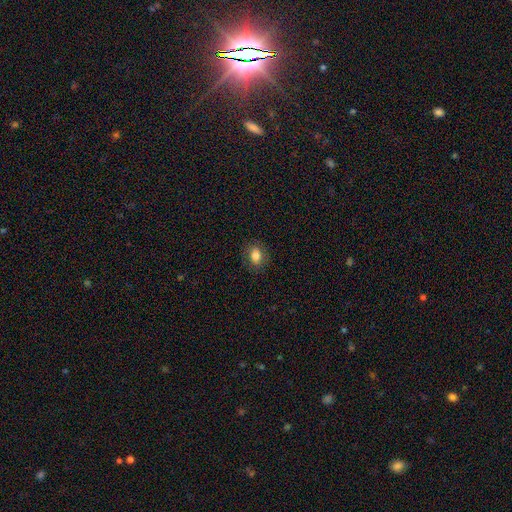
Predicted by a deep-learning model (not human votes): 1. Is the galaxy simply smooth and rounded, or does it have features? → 81% smooth, 10% featured or disk, 9% star or artifact.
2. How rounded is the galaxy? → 70% in between, 29% round, 2% cigar-shaped.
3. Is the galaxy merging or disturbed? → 85% none, 11% minor disturbance, 3% major disturbance, 1% merger.